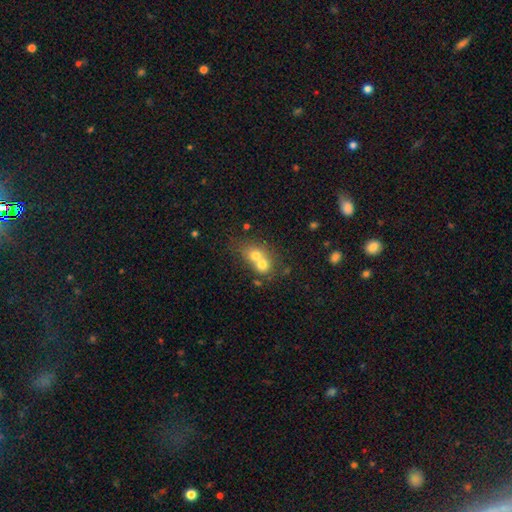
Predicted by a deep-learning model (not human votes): This is likely a smooth galaxy (67%). How rounded: likely round (66%). Merging: likely merger (69%).